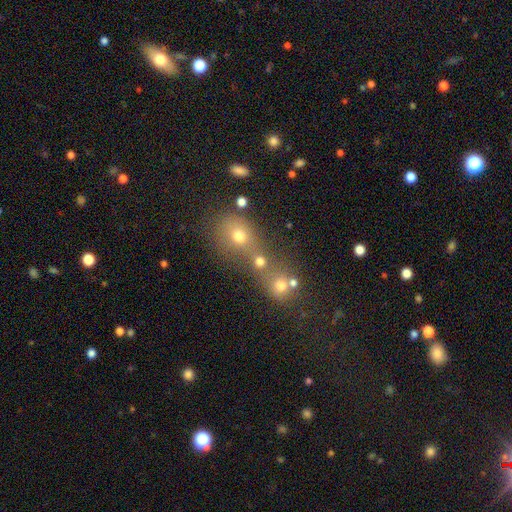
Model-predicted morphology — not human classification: Q: Smooth or featured?
A: star or artifact (44%); runner-up: smooth (43%)